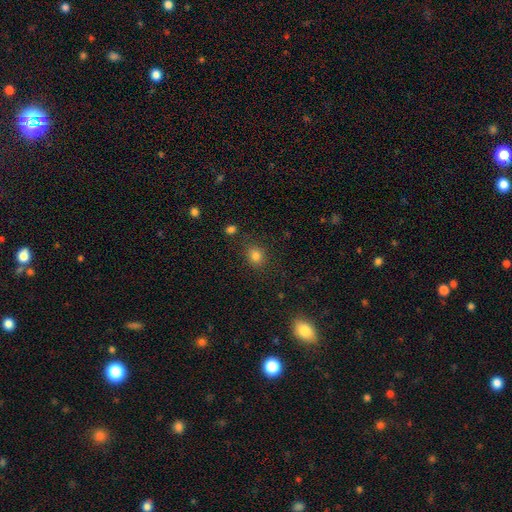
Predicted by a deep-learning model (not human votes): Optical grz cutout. It shows a smooth galaxy with no disk features (82%) that is round (69%). Merging: none (84%).